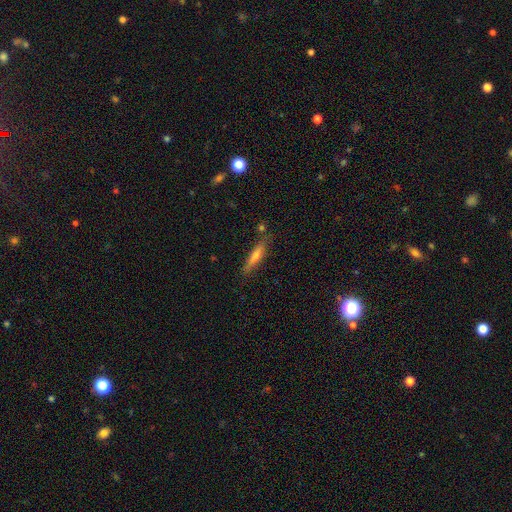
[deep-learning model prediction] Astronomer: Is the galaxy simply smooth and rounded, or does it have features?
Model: featured or disk — 46%, tied with smooth at 46%.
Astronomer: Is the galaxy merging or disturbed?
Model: none — 81%.